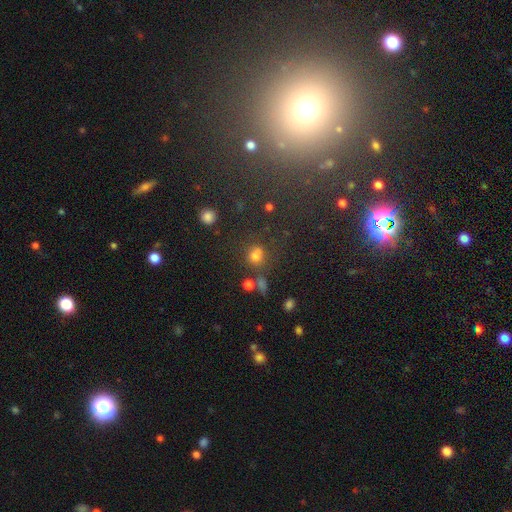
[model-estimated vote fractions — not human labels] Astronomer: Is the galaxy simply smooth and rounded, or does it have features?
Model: smooth — 69%.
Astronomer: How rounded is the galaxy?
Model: round — 78%.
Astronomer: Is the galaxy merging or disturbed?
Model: none — 56%.